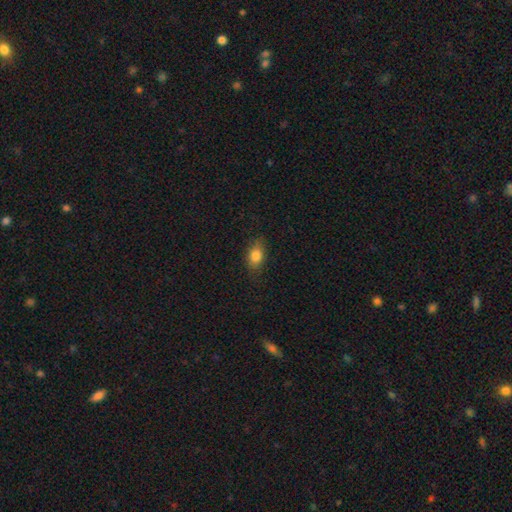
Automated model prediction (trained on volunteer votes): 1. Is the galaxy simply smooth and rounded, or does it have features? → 81% smooth, 10% featured or disk, 9% star or artifact.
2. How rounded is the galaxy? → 78% in between, 18% round, 4% cigar-shaped.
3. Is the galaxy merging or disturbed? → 78% none, 17% minor disturbance, 4% major disturbance, 1% merger.